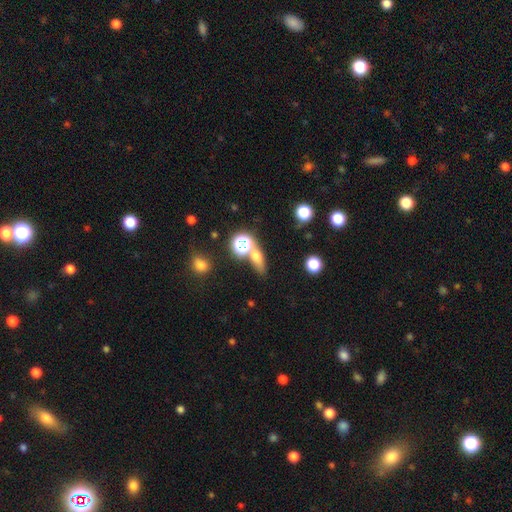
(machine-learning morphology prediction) smooth 57%, star or artifact 24%, featured or disk 19%. Down the decision tree: how rounded — in between (45%); merging — none (52%).